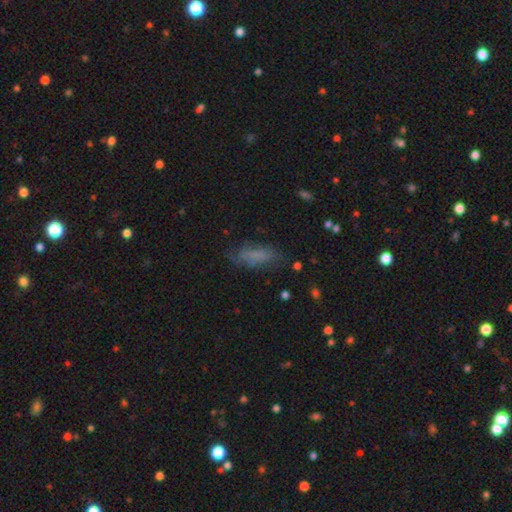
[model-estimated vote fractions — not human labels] This is likely a smooth galaxy (67%). How rounded: likely in between (61%). Merging: likely none (64%).